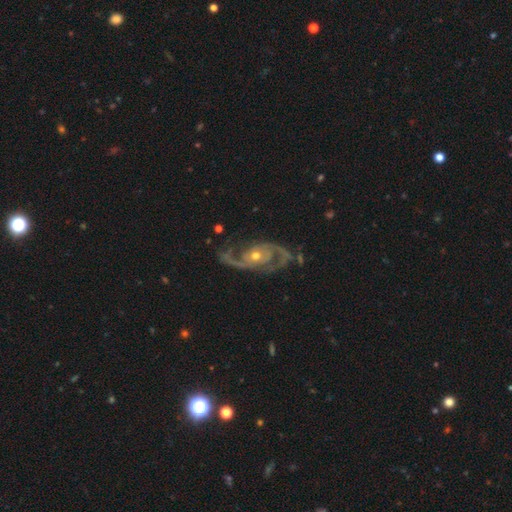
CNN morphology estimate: The model was most divided on "bulge size": small: 49%, moderate: 47%, large: 2%, none: 1%, dominant: 1%. More confident: spiral arms — yes (98%); edge-on disk — no (96%); smooth or featured — featured or disk (90%); spiral arm count — 2 (80%); merging — none (70%); bar — no (68%); spiral winding — medium (53%).